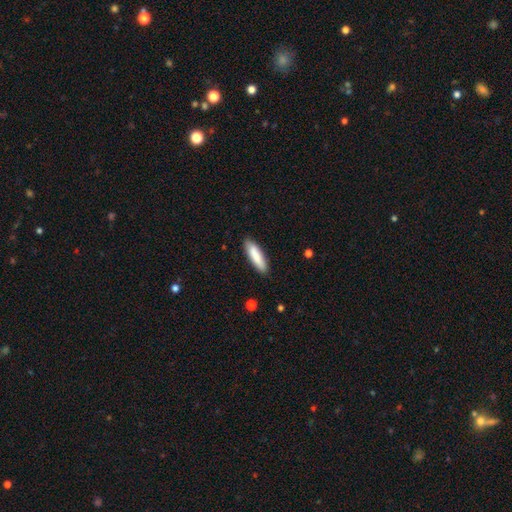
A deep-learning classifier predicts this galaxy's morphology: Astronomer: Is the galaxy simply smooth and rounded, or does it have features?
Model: smooth — 84%.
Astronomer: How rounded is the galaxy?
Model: cigar-shaped — 69%.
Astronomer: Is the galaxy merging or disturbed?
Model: none — 88%.